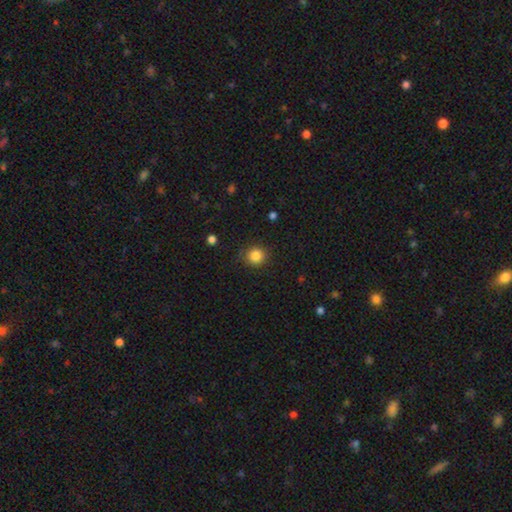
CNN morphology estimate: smooth-or-featured: smooth: 85% | star or artifact: 11% | featured or disk: 4%
  how-rounded: round: 89% | in between: 10% | cigar-shaped: 1%
  merging: none: 86% | minor disturbance: 10% | major disturbance: 3% | merger: 1%